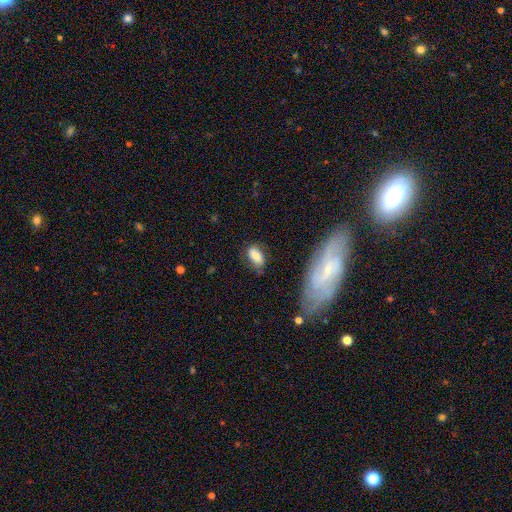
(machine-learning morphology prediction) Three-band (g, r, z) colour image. It shows a smooth galaxy with no disk features (74%) that is in between round and cigar-shaped (87%). Merging: none (65%).